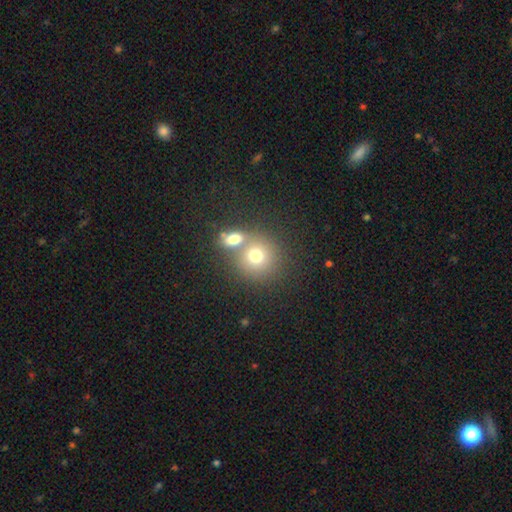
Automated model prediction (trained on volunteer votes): Smooth or featured: smooth — 73% (featured or disk — 13%)
How rounded: round — 84% (in between — 15%)
Merging: none — 47% (merger — 42%)